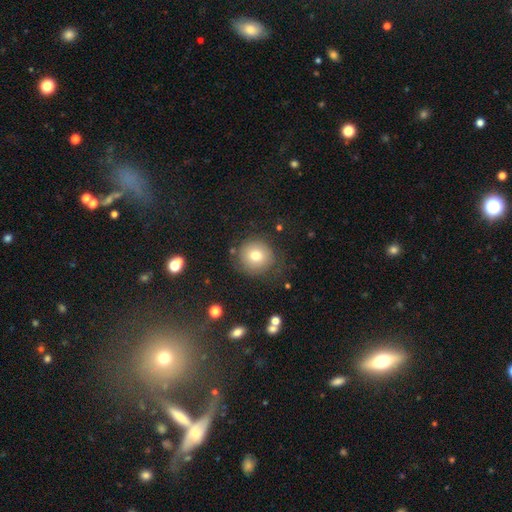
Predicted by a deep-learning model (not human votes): smooth_or_featured: smooth (p=0.74) [alt: featured or disk p=0.15]
how_rounded: round (p=0.92) [alt: in between p=0.07]
merging: none (p=0.76) [alt: minor disturbance p=0.14]